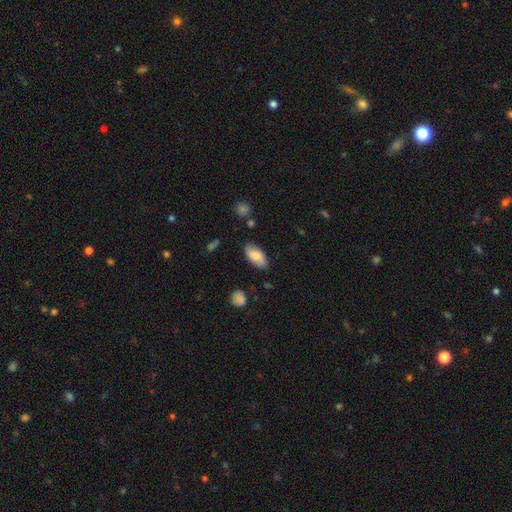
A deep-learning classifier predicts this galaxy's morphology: This is likely a smooth galaxy (77%). How rounded: clearly in between (92%). Merging: likely none (79%).